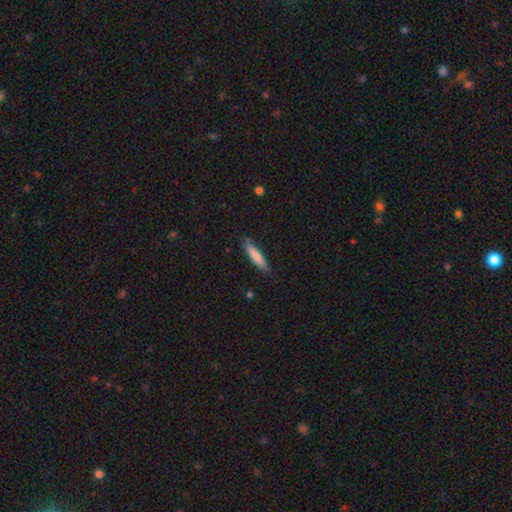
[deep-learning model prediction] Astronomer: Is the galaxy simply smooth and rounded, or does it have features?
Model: smooth — 80%.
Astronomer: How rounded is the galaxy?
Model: cigar-shaped — 83%.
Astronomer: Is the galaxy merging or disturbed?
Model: none — 80%.